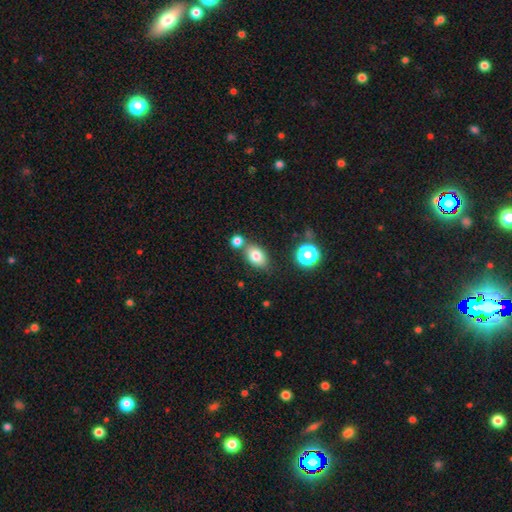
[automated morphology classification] A smooth galaxy with no disk features (80%) that is in between round and cigar-shaped (82%). Merging: none (63%).